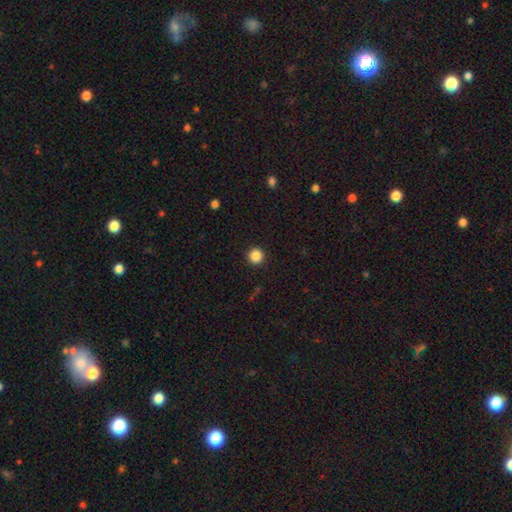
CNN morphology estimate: Smooth or featured? smooth (86%)
How rounded? round (95%)
Merging? none (93%)